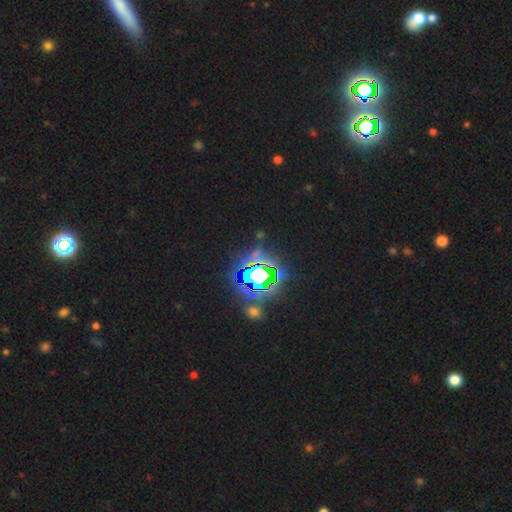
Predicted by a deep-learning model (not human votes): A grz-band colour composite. It shows a star or artifact, not a galaxy (79%).